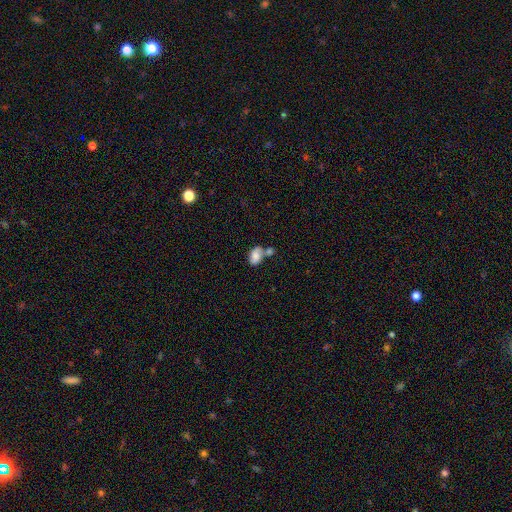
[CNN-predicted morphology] This appears to be a smooth galaxy with no disk features (72%) that is in between round and cigar-shaped (86%). Merging: merger (47%).